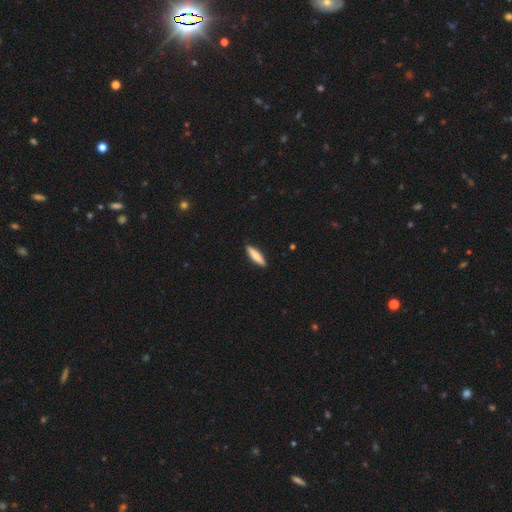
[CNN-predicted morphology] smooth_or_featured: smooth (p=0.79) [alt: featured or disk p=0.15]
how_rounded: cigar-shaped (p=0.78) [alt: in between p=0.20]
merging: none (p=0.91) [alt: minor disturbance p=0.07]